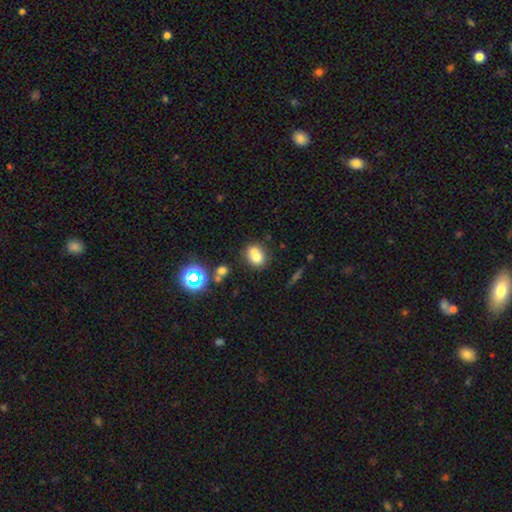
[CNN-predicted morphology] Smooth or featured: smooth — 69% (featured or disk — 18%)
How rounded: round — 60% (in between — 39%)
Merging: merger — 47% (none — 39%)